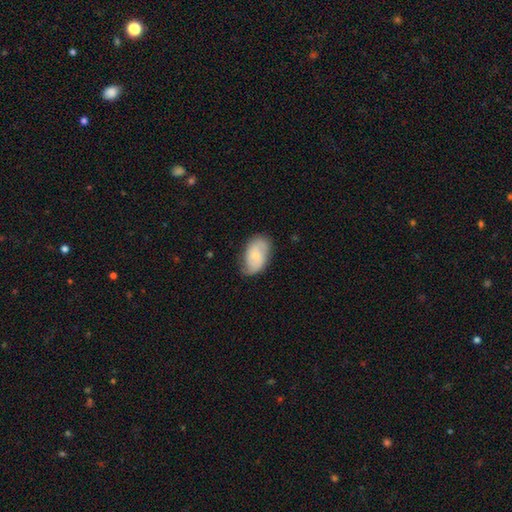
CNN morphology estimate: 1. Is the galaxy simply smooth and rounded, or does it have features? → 47% featured or disk (tied), 47% smooth (tied), 6% star or artifact.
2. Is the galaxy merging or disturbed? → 69% none, 24% minor disturbance, 6% major disturbance, 1% merger.